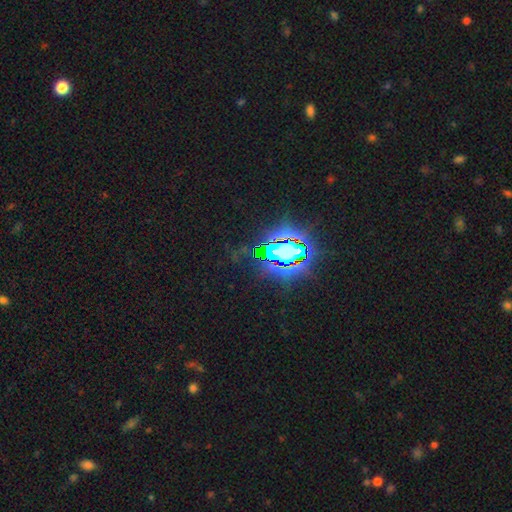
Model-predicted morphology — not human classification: This is clearly a star or artifact rather than a galaxy (81%).